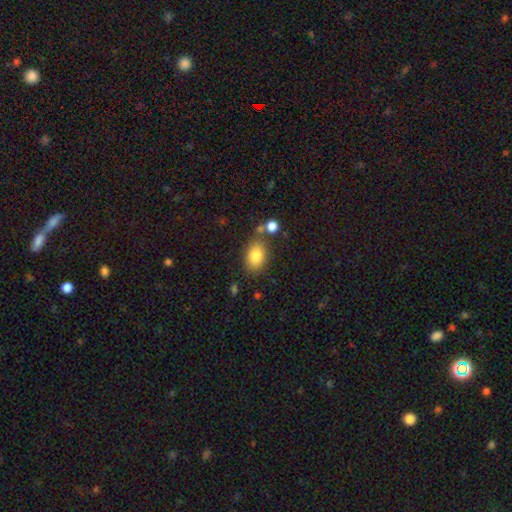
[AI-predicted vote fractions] smooth 83%, featured or disk 9%, star or artifact 8%. Down the decision tree: how rounded — in between (84%); merging — none (70%).